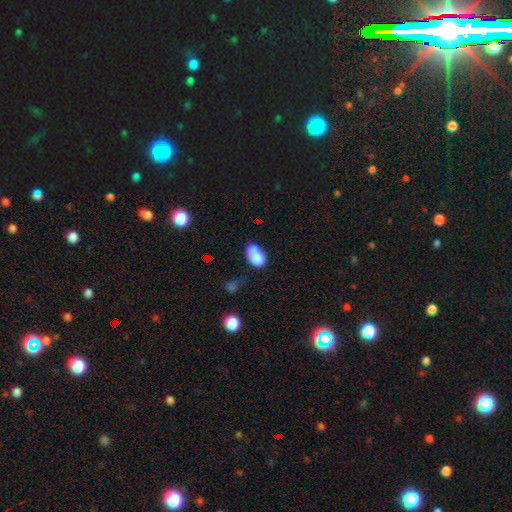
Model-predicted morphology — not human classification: Smooth or featured? Predicted: smooth (p=0.74). How rounded? Predicted: in between (p=0.84). Merging? Predicted: merger (p=0.44).